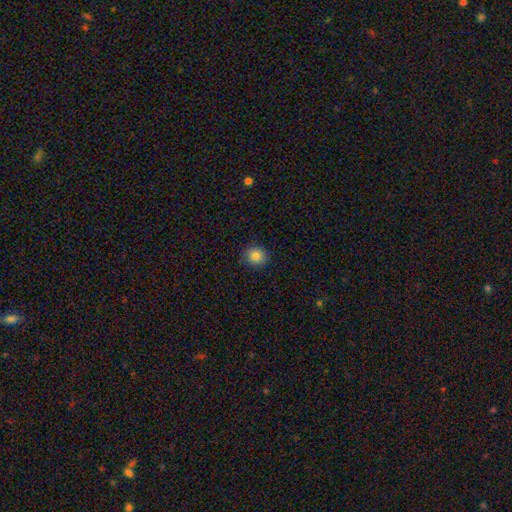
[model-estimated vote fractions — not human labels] Smooth or featured? Predicted: smooth (p=0.84). How rounded? Predicted: round (p=0.86). Merging? Predicted: none (p=0.89).